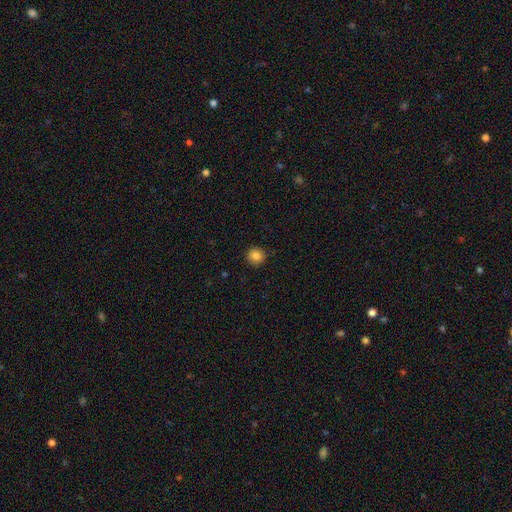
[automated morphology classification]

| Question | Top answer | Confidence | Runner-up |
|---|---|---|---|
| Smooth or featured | smooth | 85% | star or artifact (11%) |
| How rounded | round | 92% | in between (7%) |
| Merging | none | 91% | minor disturbance (7%) |